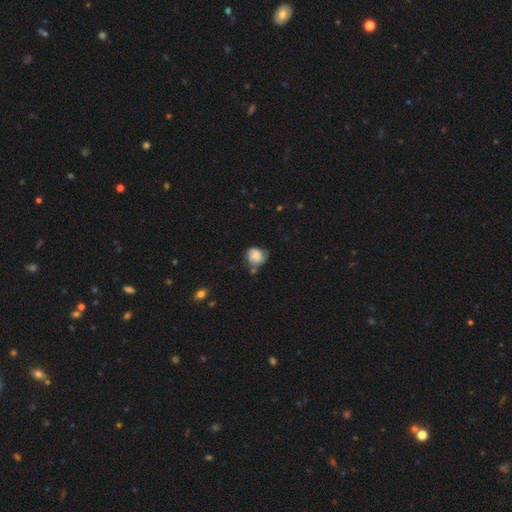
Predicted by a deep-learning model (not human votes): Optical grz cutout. It shows a smooth galaxy with no disk features (66%) that is round (71%). Merging: none (50%).